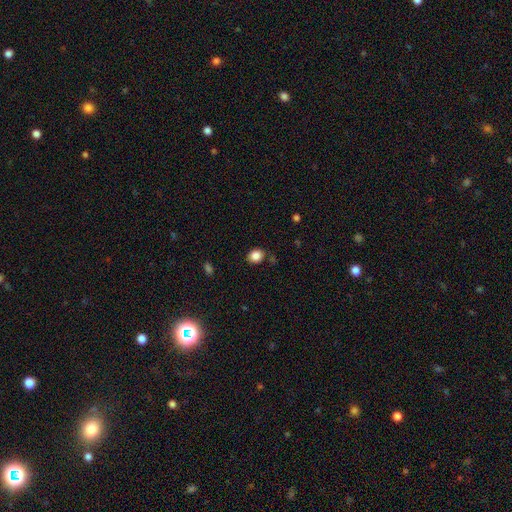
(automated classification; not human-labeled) smooth-or-featured: smooth: 86% | star or artifact: 10% | featured or disk: 4%
  how-rounded: round: 57% | in between: 42% | cigar-shaped: 1%
  merging: none: 82% | minor disturbance: 11% | merger: 4% | major disturbance: 3%